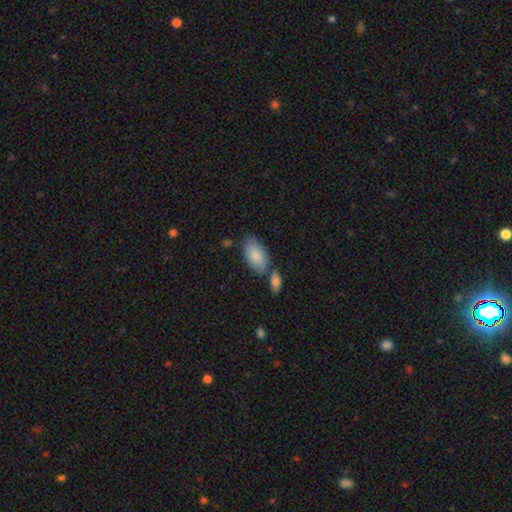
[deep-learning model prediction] Smooth or featured: smooth — 85% (featured or disk — 9%)
How rounded: in between — 94% (cigar-shaped — 3%)
Merging: none — 65% (merger — 16%)